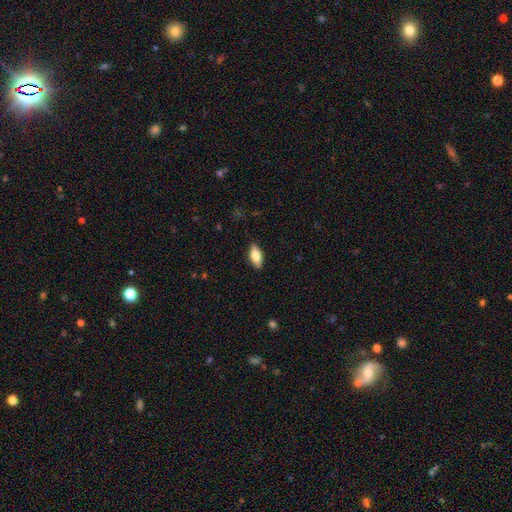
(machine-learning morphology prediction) smooth_or_featured: smooth (p=0.76) [alt: featured or disk p=0.18]
how_rounded: in between (p=0.86) [alt: cigar-shaped p=0.12]
merging: none (p=0.89) [alt: minor disturbance p=0.08]